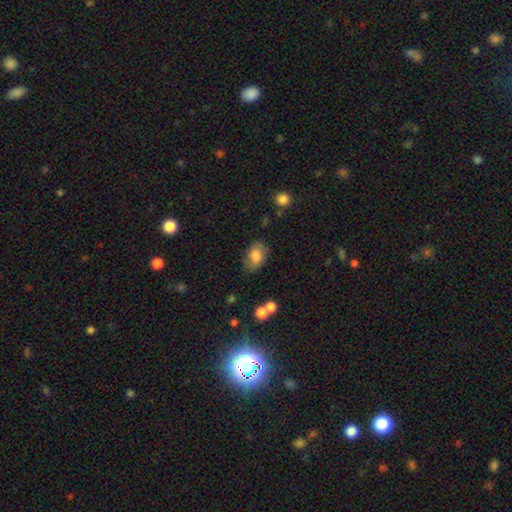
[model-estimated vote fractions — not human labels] This is likely a smooth galaxy (79%). How rounded: clearly in between (87%). Merging: likely none (73%).